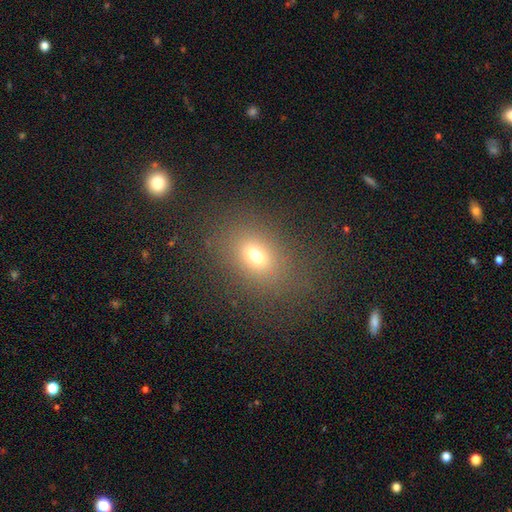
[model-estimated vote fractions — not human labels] Smooth or featured: smooth — 69% (star or artifact — 19%)
How rounded: in between — 67% (round — 31%)
Merging: none — 79% (minor disturbance — 11%)